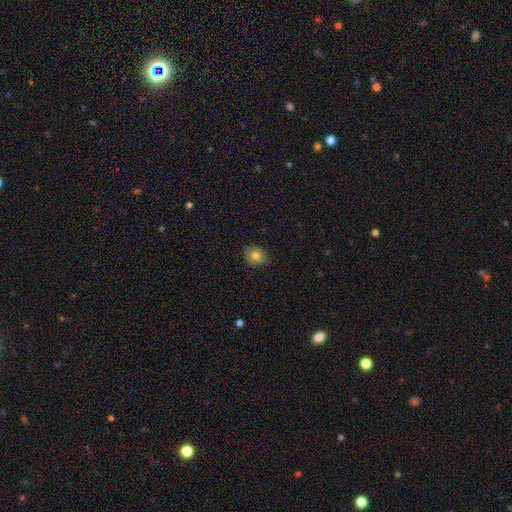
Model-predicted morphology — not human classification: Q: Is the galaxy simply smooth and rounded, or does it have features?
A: smooth — 78%.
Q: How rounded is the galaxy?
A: round — 76%.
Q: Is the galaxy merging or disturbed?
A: none — 83%.